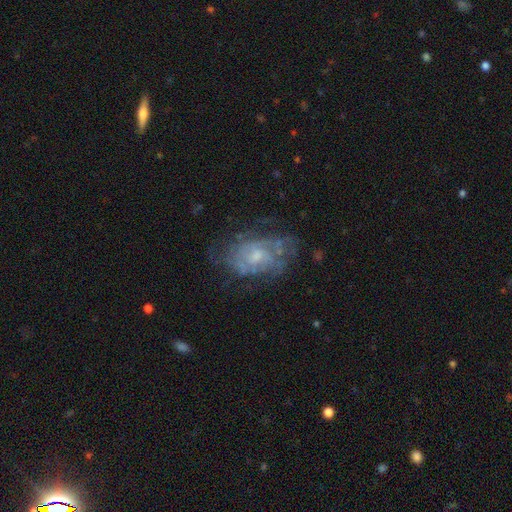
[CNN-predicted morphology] smooth-or-featured: featured or disk: 71% | smooth: 20% | star or artifact: 9%
  disk-edge-on: no: 96% | yes: 4%
    bar: no: 72% | weak: 25% | strong: 3%
    has-spiral-arms: yes: 69% | no: 31%
    bulge-size: small: 47% | moderate: 41% | none: 8% | large: 3% | dominant: 1%
  merging: none: 60% | minor disturbance: 22% | major disturbance: 16% | merger: 2%